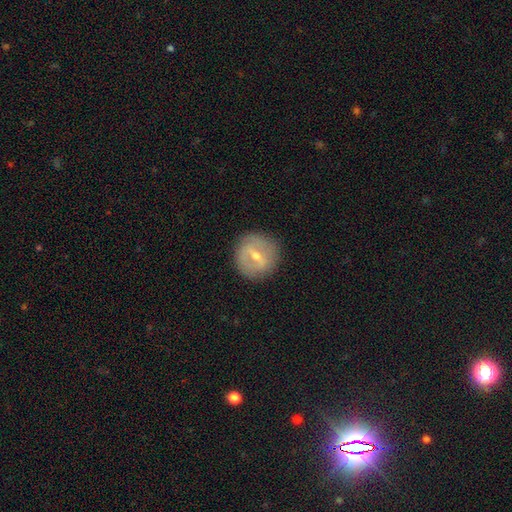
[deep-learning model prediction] smooth_or_featured: featured or disk (p=0.60) [alt: smooth p=0.33]
disk_edge_on: no (p=0.92) [alt: yes p=0.08]
bar: strong (p=0.46) [alt: weak p=0.41]
has_spiral_arms: no (p=0.71) [alt: yes p=0.29]
bulge_size: moderate (p=0.49) [alt: small p=0.47]
merging: none (p=0.85) [alt: minor disturbance p=0.10]